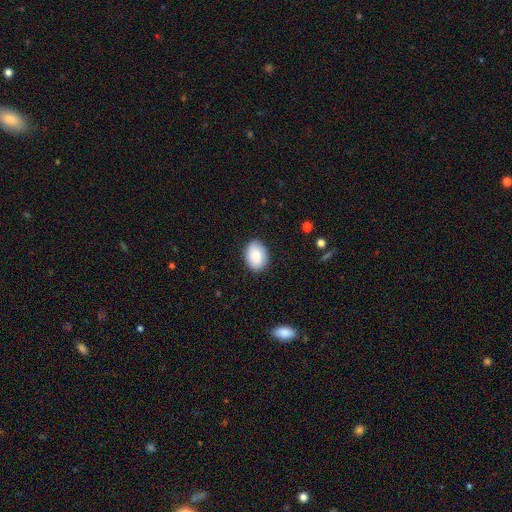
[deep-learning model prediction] Overall: smooth (85%). How rounded: in between (77%). Merging: none (87%).